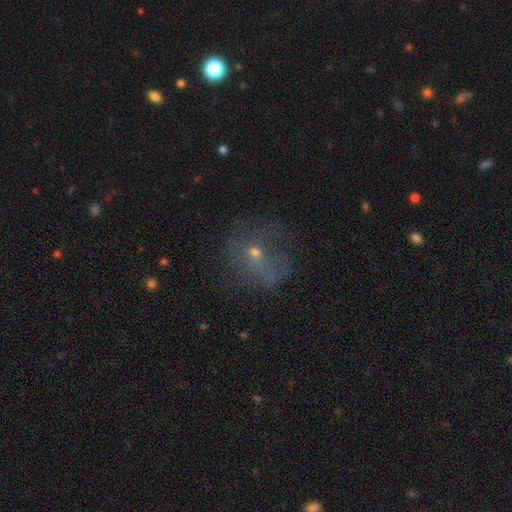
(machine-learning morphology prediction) This appears to be a smooth galaxy with no disk features (41%). Merging: none (45%).